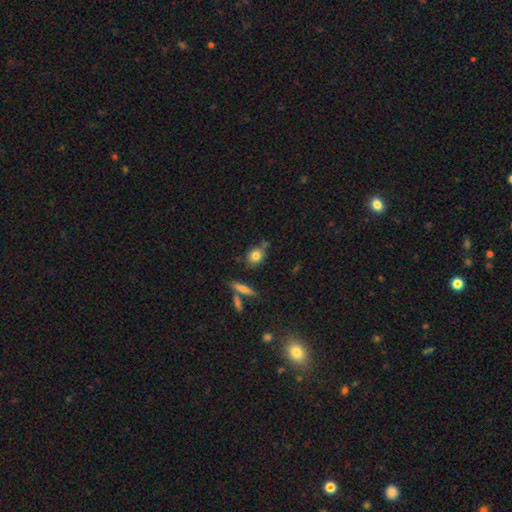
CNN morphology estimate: smooth_or_featured: smooth (p=0.80) [alt: featured or disk p=0.10]
how_rounded: round (p=0.56) [alt: in between p=0.39]
merging: none (p=0.67) [alt: minor disturbance p=0.16]